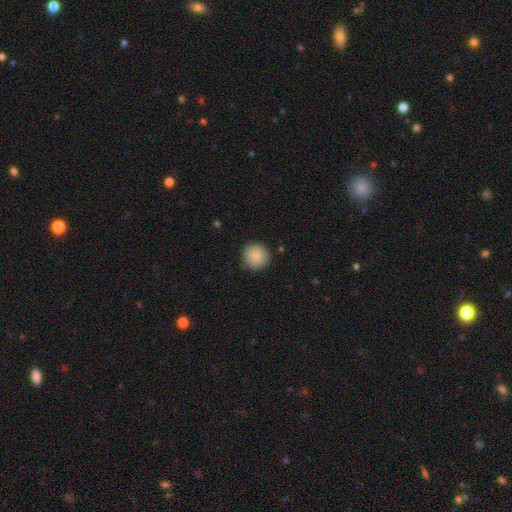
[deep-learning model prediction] Q: Smooth or featured?
A: smooth (85%); runner-up: star or artifact (8%)
Q: How rounded?
A: round (95%); runner-up: in between (4%)
Q: Merging?
A: none (88%); runner-up: minor disturbance (9%)